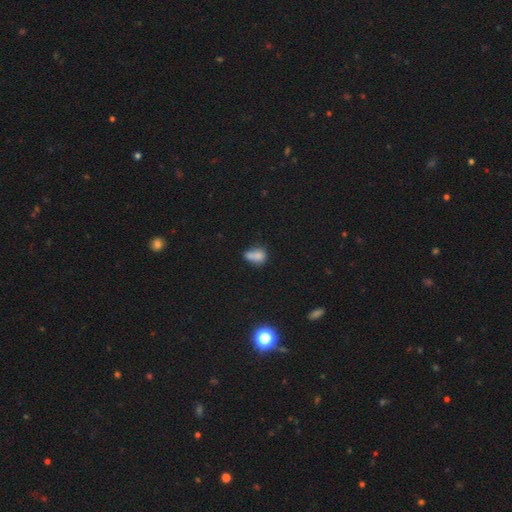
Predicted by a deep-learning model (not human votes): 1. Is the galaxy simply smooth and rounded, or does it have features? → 75% smooth, 13% featured or disk, 12% star or artifact.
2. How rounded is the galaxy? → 67% in between, 30% round, 3% cigar-shaped.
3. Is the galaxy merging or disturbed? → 40% merger, 31% none, 20% minor disturbance, 9% major disturbance.